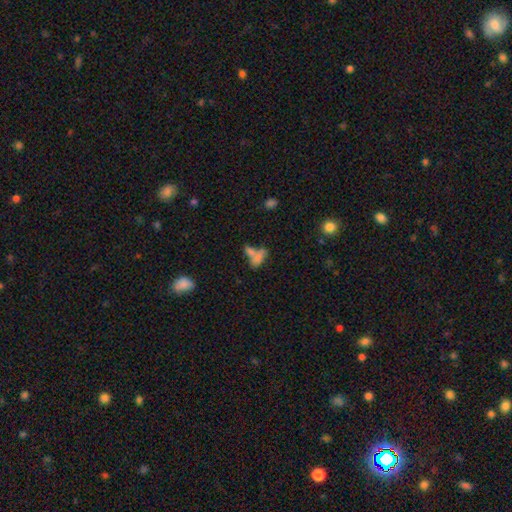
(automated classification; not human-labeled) smooth-or-featured: smooth: 68% | featured or disk: 19% | star or artifact: 13%
  how-rounded: in between: 73% | cigar-shaped: 19% | round: 8%
  merging: merger: 55% | none: 26% | minor disturbance: 10% | major disturbance: 9%